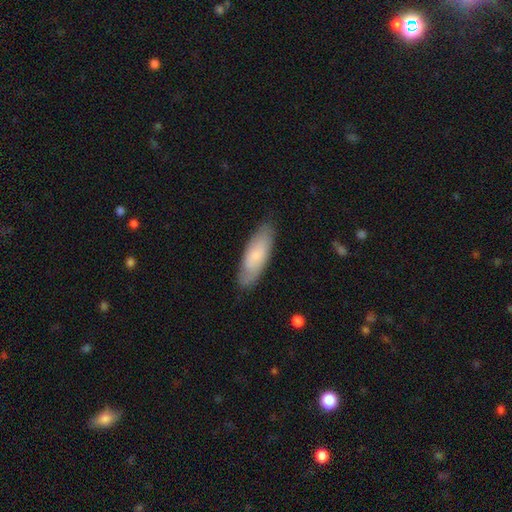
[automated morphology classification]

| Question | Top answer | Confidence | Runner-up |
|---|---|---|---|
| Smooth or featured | smooth | 71% | featured or disk (23%) |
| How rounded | in between | 58% | cigar-shaped (40%) |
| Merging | none | 82% | minor disturbance (14%) |